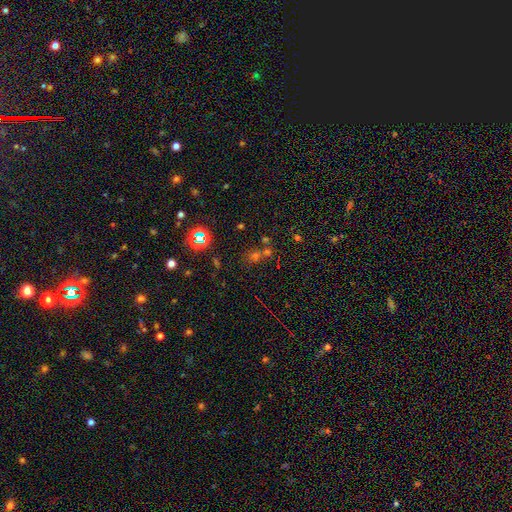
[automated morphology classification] Q: Smooth or featured?
A: star or artifact (51%); runner-up: smooth (38%)